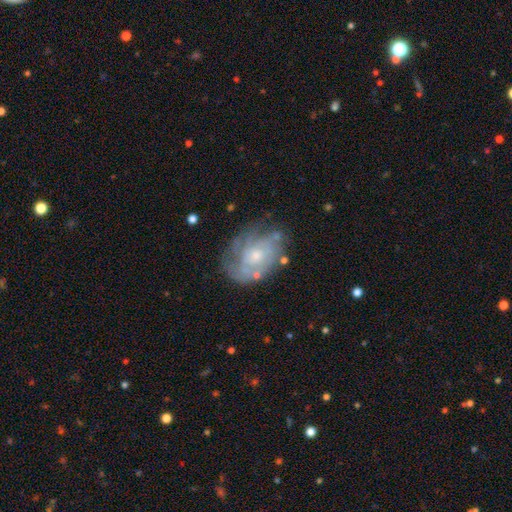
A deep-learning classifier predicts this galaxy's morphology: Smooth or featured?
  - featured or disk: 72% *
  - smooth: 21%
  - star or artifact: 8%
Edge-on disk?
  - no: 96% *
  - yes: 4%
Bar?
  - no: 78% *
  - weak: 19%
  - strong: 3%
Spiral arms?
  - yes: 74% *
  - no: 26%
Spiral winding?
  - tight: 58% *
  - medium: 30%
  - loose: 12%
Spiral arm count?
  - can't tell: 56% *
  - 2: 16%
  - 3: 12%
  - 4: 6%
  - 1: 6%
  - more than 4: 4%
Bulge size?
  - small: 52% *
  - moderate: 41%
  - none: 4%
  - large: 3%
  - dominant: 1%
Merging?
  - none: 63% *
  - minor disturbance: 23%
  - major disturbance: 12%
  - merger: 3%